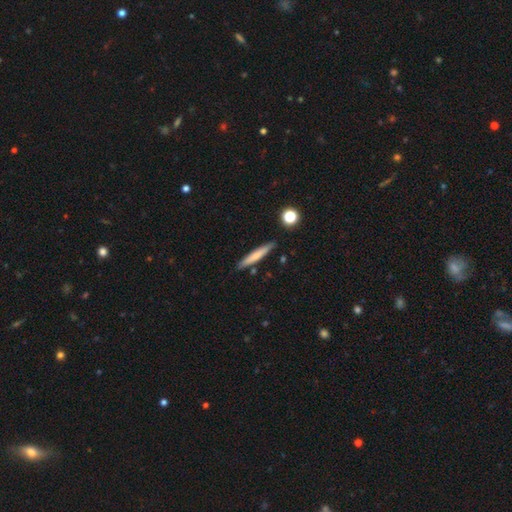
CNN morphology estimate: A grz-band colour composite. It shows a smooth galaxy with no disk features (65%) that is cigar-shaped (93%). Merging: none (85%).